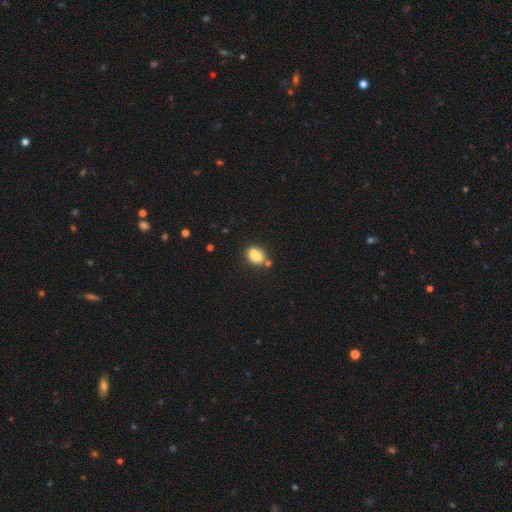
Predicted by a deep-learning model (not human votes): A smooth galaxy with no disk features (73%) that is in between round and cigar-shaped (51%). Merging: none (49%).